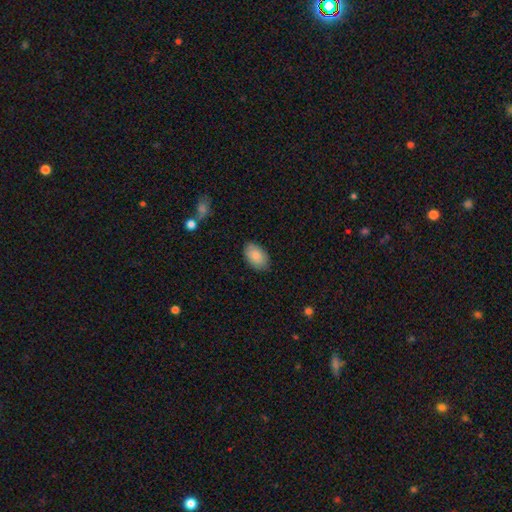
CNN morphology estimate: This is clearly a smooth galaxy (87%). How rounded: clearly in between (92%). Merging: clearly none (86%).